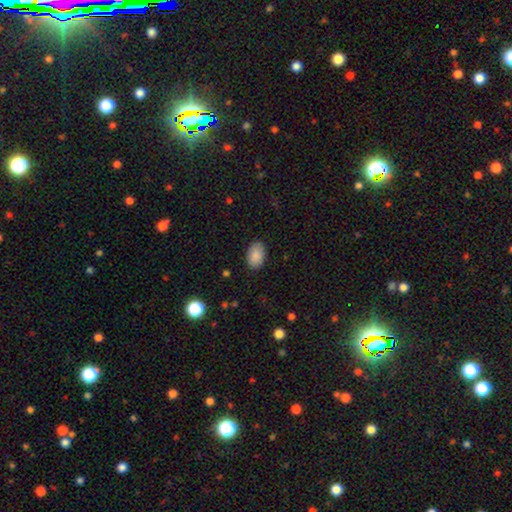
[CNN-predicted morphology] Overall: smooth (89%). How rounded: in between (91%). Merging: none (87%).